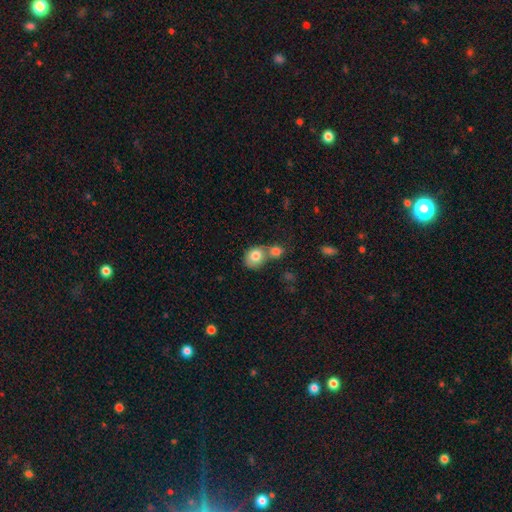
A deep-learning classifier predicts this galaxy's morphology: A smooth galaxy with no disk features (81%) that is round (60%).

Vote fractions:
- Smooth or featured? smooth: 81% / featured or disk: 11% / star or artifact: 8%
- How rounded? round: 60% / in between: 39% / cigar-shaped: 1%
- Merging? merger: 49% / none: 37% / minor disturbance: 10% / major disturbance: 4%